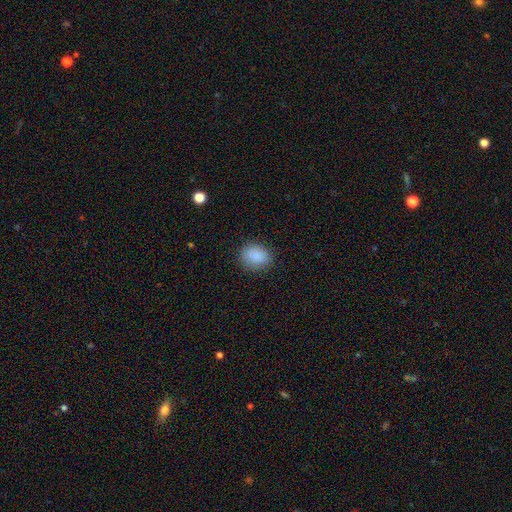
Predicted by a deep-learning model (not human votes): Overall: smooth (88%). How rounded: in between (54%; round 45%). Merging: none (84%).